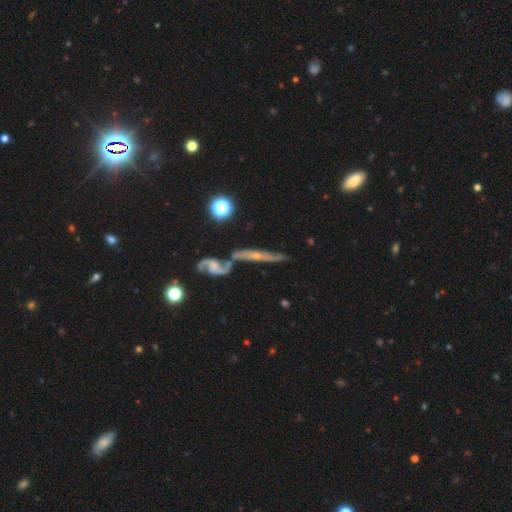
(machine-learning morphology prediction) A featured or disk galaxy (74%) viewed edge-on (70%) with a rounded central bulge (64%).

Vote fractions:
- Smooth or featured? featured or disk: 74% / smooth: 17% / star or artifact: 9%
- Edge-on disk? yes: 70% / no: 30%
- Edge-on bulge? rounded: 64% / none: 30% / boxy: 6%
- Merging? none: 53% / merger: 24% / minor disturbance: 16% / major disturbance: 7%